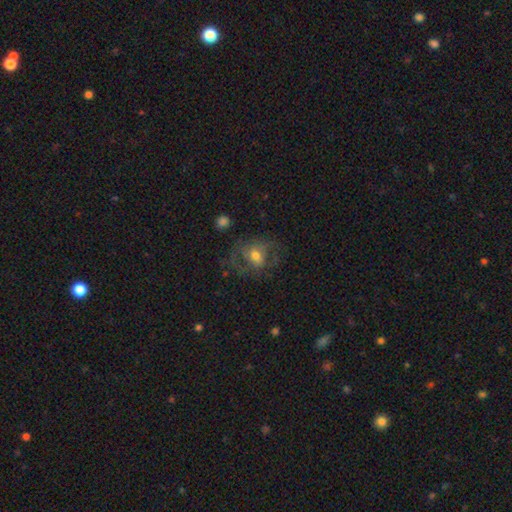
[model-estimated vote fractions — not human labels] smooth-or-featured: featured or disk: 55% | smooth: 36% | star or artifact: 9%
  disk-edge-on: no: 96% | yes: 4%
    bar: no: 49% | weak: 39% | strong: 12%
    has-spiral-arms: yes: 67% | no: 33%
    bulge-size: moderate: 63% | small: 23% | large: 11% | none: 2% | dominant: 1%
  merging: none: 52% | major disturbance: 26% | minor disturbance: 20% | merger: 2%